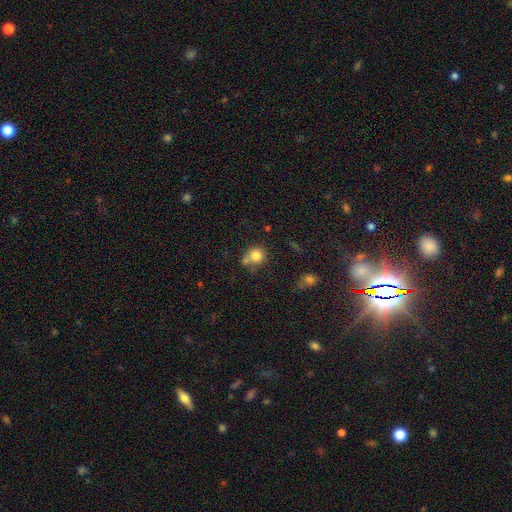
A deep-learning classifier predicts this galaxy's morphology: A smooth galaxy with no disk features (80%) that is round (82%). Merging: none (50%).